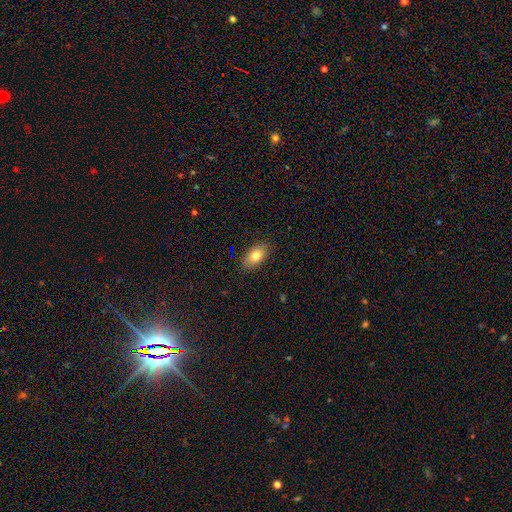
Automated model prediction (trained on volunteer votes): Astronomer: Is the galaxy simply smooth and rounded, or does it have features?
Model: smooth — 78%.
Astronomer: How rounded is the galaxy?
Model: in between — 90%.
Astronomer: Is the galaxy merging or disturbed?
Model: none — 87%.